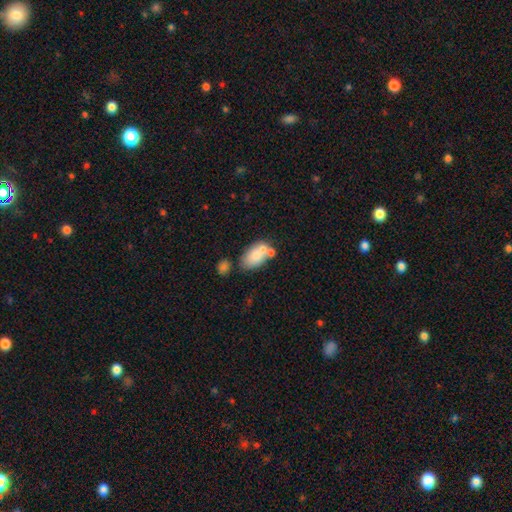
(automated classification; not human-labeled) A smooth galaxy with no disk features (73%) that is in between round and cigar-shaped (92%).

Vote fractions:
- Smooth or featured? smooth: 73% / featured or disk: 20% / star or artifact: 8%
- How rounded? in between: 92% / round: 6% / cigar-shaped: 2%
- Merging? none: 49% / merger: 27% / minor disturbance: 18% / major disturbance: 7%